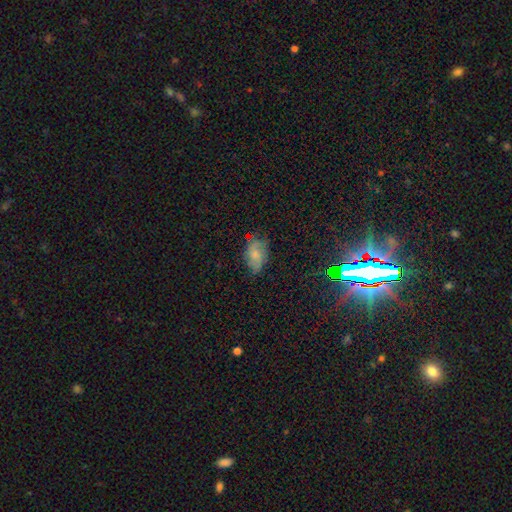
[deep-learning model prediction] Smooth or featured?
  - smooth: 61% *
  - featured or disk: 28%
  - star or artifact: 12%
How rounded?
  - in between: 87% *
  - round: 11%
  - cigar-shaped: 2%
Merging?
  - none: 62% *
  - minor disturbance: 28%
  - major disturbance: 8%
  - merger: 2%